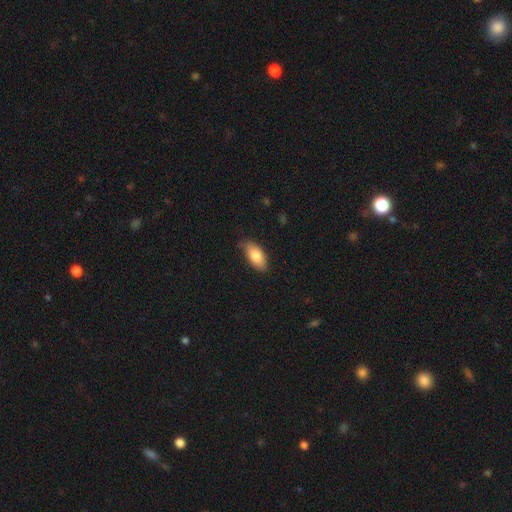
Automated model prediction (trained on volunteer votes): Smooth or featured: smooth — 83% (featured or disk — 11%)
How rounded: in between — 91% (cigar-shaped — 7%)
Merging: none — 77% (minor disturbance — 19%)